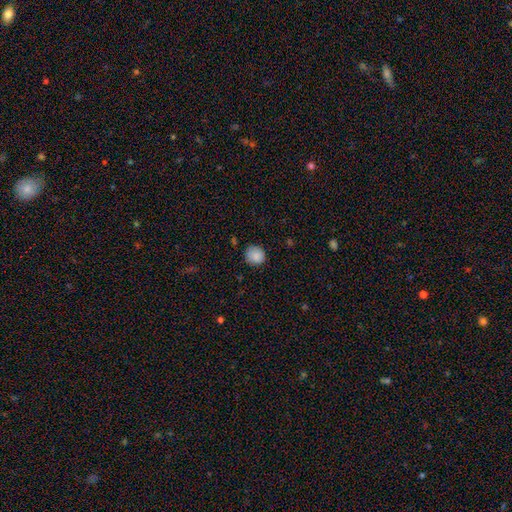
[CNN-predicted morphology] This appears to be a smooth galaxy with no disk features (87%) that is round (88%). Merging: none (84%).